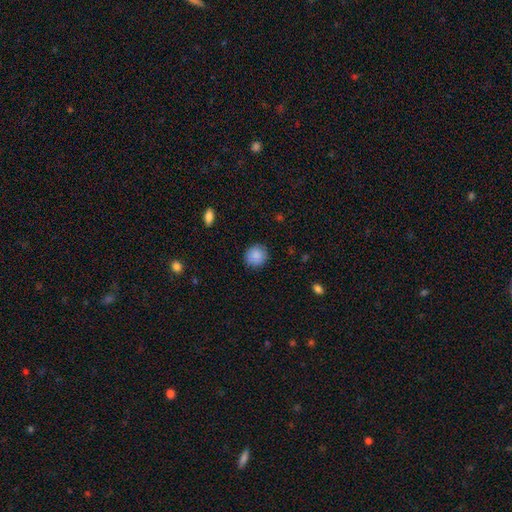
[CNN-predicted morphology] A smooth galaxy with no disk features (88%) that is round (89%).

Vote fractions:
- Smooth or featured? smooth: 88% / star or artifact: 8% / featured or disk: 4%
- How rounded? round: 89% / in between: 10% / cigar-shaped: 1%
- Merging? none: 89% / minor disturbance: 8% / major disturbance: 2% / merger: 1%